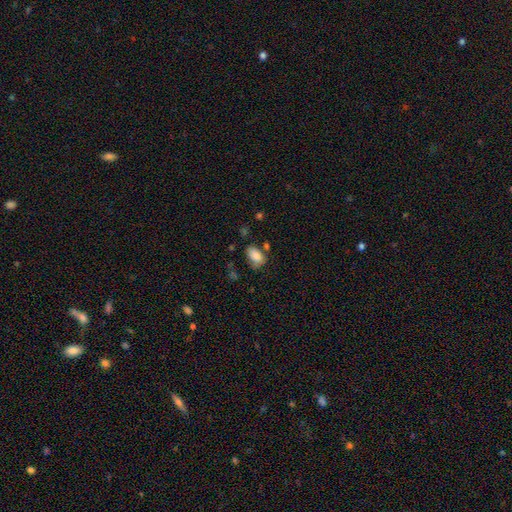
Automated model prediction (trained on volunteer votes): Smooth or featured? smooth (84%)
How rounded? in between (90%)
Merging? none (57%)